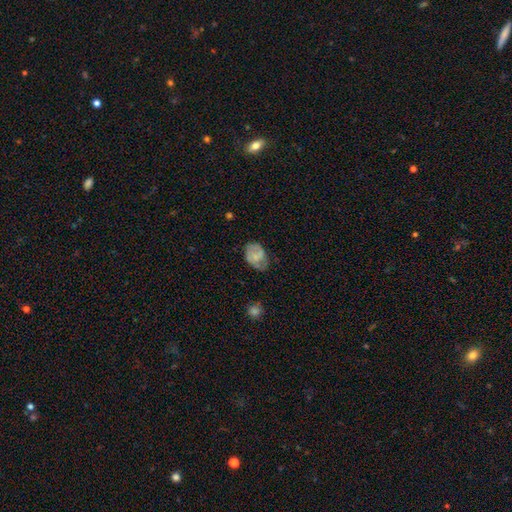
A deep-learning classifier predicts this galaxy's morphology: Smooth or featured?
  - smooth: 50% *
  - featured or disk: 43%
  - star or artifact: 8%
Merging?
  - none: 50% *
  - minor disturbance: 33%
  - major disturbance: 15%
  - merger: 2%